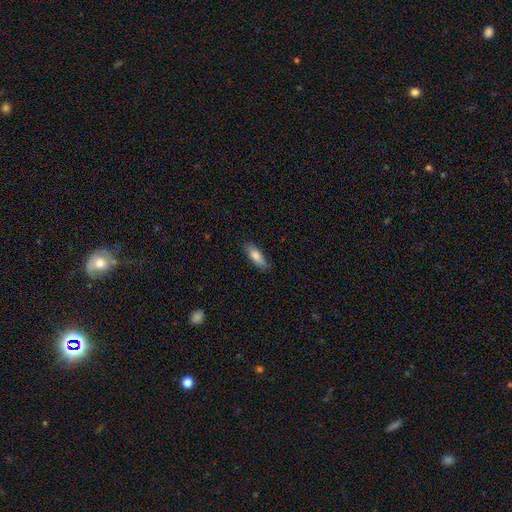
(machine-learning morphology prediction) Smooth or featured: smooth — 79% (featured or disk — 15%)
How rounded: in between — 53% (cigar-shaped — 45%)
Merging: none — 84% (minor disturbance — 12%)